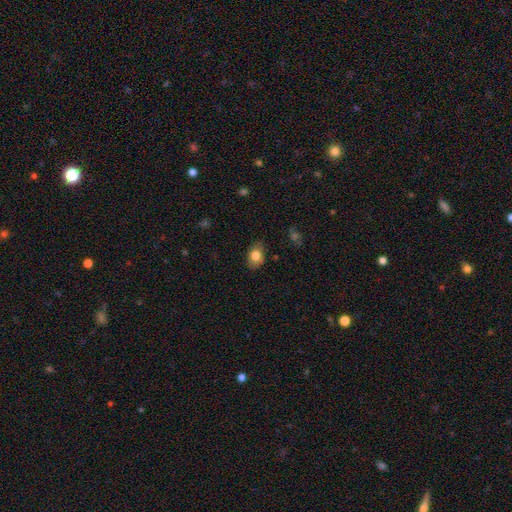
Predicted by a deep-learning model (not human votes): smooth-or-featured: smooth: 80% | featured or disk: 11% | star or artifact: 9%
  how-rounded: in between: 74% | round: 25% | cigar-shaped: 1%
  merging: none: 80% | minor disturbance: 16% | major disturbance: 3% | merger: 1%